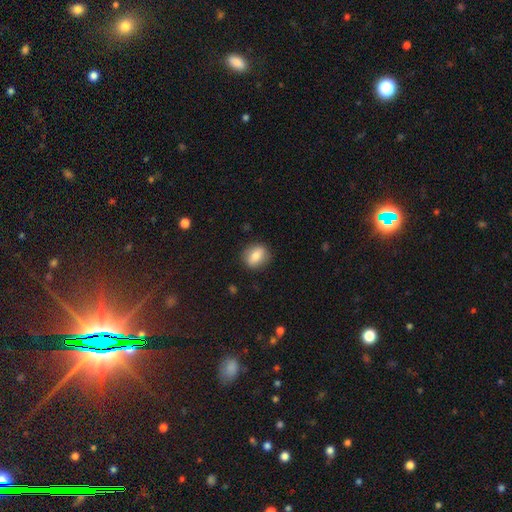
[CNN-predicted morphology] smooth-or-featured: smooth: 74% | featured or disk: 17% | star or artifact: 8%
  how-rounded: round: 50% | in between: 47% | cigar-shaped: 3%
  merging: none: 86% | minor disturbance: 10% | major disturbance: 3% | merger: 1%